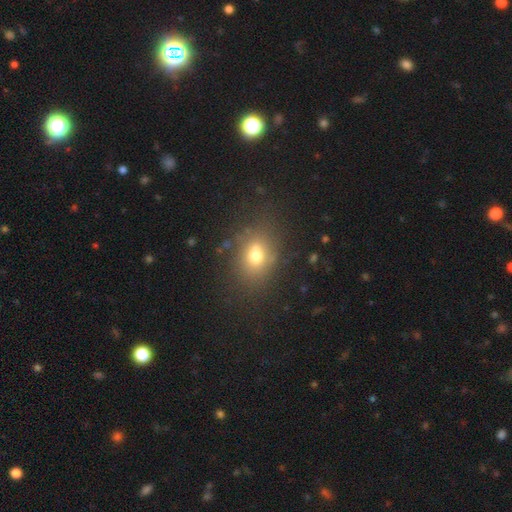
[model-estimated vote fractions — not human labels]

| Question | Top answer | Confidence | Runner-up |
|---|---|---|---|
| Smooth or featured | smooth | 70% | star or artifact (16%) |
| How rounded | in between | 56% | round (42%) |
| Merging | none | 71% | minor disturbance (15%) |